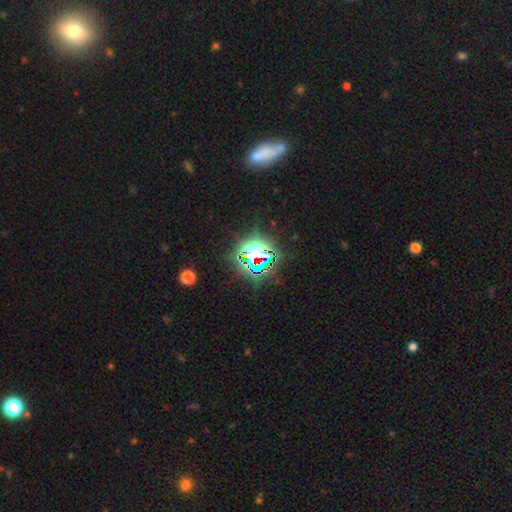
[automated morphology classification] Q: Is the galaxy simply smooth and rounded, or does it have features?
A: star or artifact — 76%.